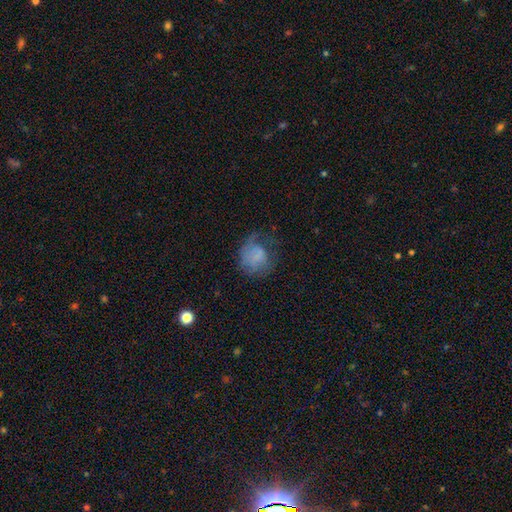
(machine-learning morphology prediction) type=smooth (57%); roundness=round (70%); merging=none (39%).